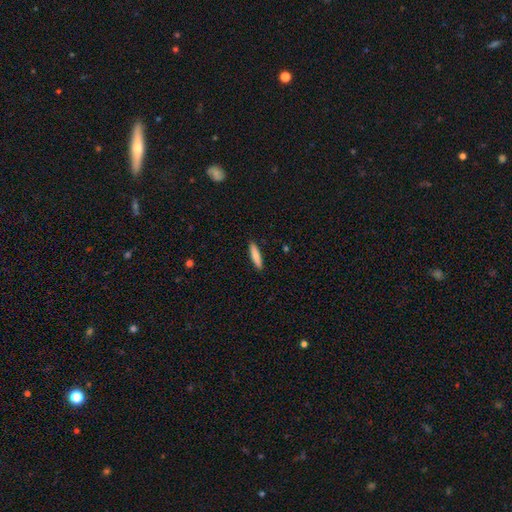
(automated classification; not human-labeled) Smooth or featured: smooth — 81% (featured or disk — 13%)
How rounded: cigar-shaped — 86% (in between — 13%)
Merging: none — 91% (minor disturbance — 7%)